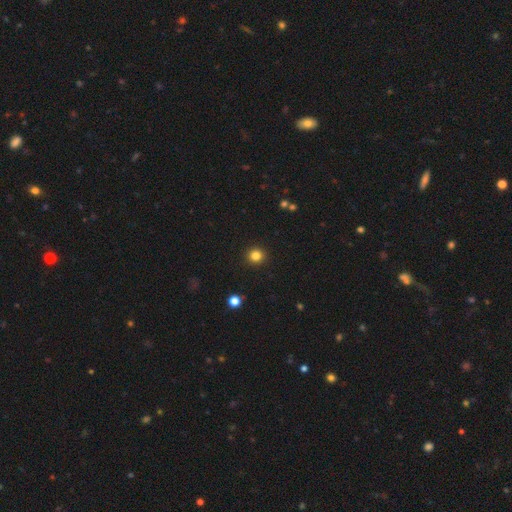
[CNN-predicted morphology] Q: Smooth or featured?
A: smooth (82%); runner-up: star or artifact (13%)
Q: How rounded?
A: round (93%); runner-up: in between (6%)
Q: Merging?
A: none (92%); runner-up: minor disturbance (5%)